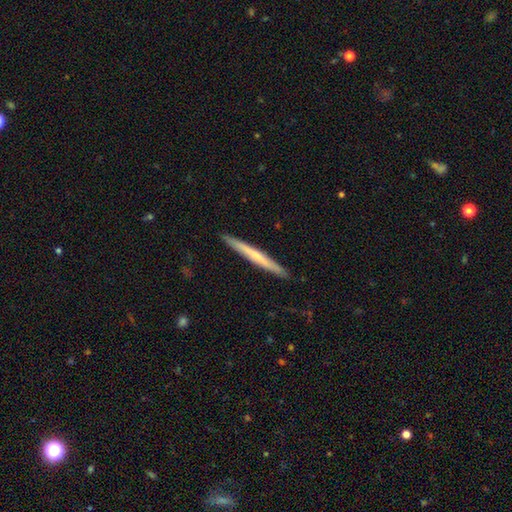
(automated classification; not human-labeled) smooth_or_featured: smooth (p=0.51) [alt: featured or disk p=0.44]
how_rounded: cigar-shaped (p=0.97) [alt: in between p=0.02]
merging: none (p=0.91) [alt: minor disturbance p=0.06]